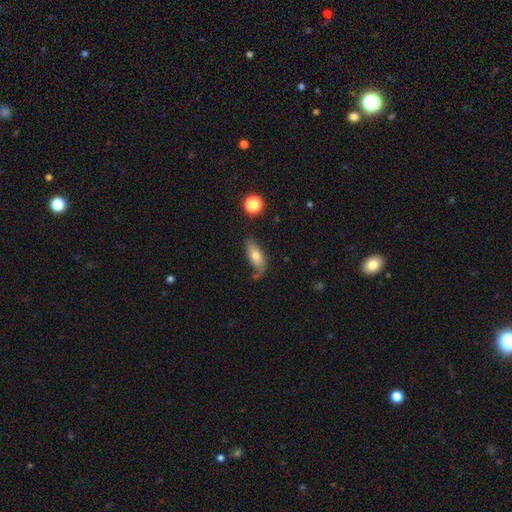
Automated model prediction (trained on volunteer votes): Smooth or featured? Predicted: smooth (p=0.72). How rounded? Predicted: in between (p=0.81). Merging? Predicted: none (p=0.63).